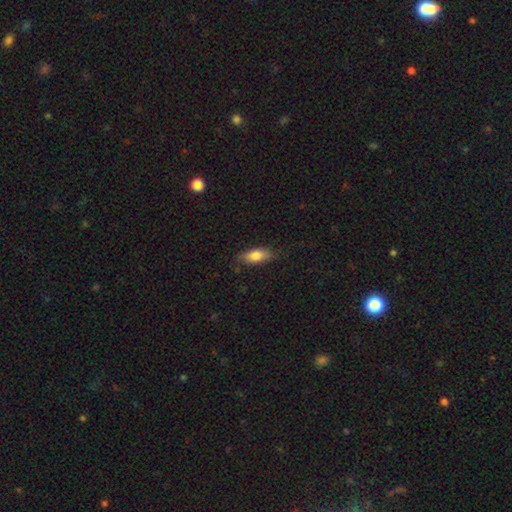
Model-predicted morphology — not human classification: smooth_or_featured: smooth (p=0.79) [alt: featured or disk p=0.14]
how_rounded: in between (p=0.79) [alt: cigar-shaped p=0.18]
merging: none (p=0.77) [alt: minor disturbance p=0.17]